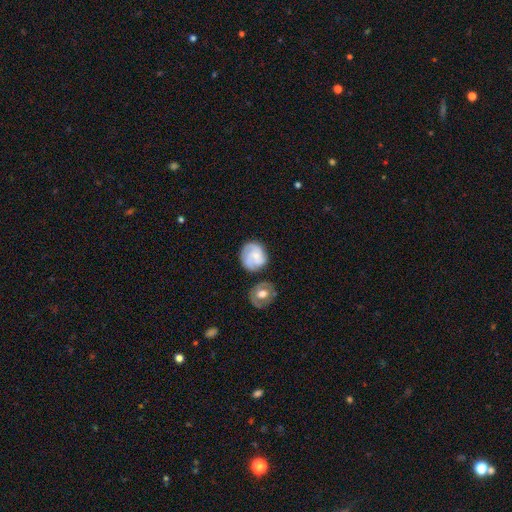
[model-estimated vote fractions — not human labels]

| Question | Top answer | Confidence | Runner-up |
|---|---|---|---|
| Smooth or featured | featured or disk | 60% | smooth (34%) |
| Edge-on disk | no | 98% | yes (2%) |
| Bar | no | 71% | weak (25%) |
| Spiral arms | yes | 89% | no (11%) |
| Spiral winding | tight | 50% | medium (38%) |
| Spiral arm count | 3 | 35% | 2 (30%) |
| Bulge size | small | 54% | moderate (36%) |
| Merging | none | 61% | minor disturbance (20%) |